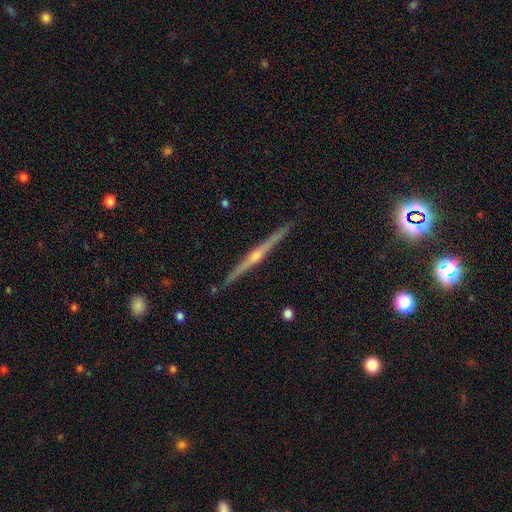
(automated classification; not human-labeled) smooth_or_featured: featured or disk (p=0.83) [alt: smooth p=0.10]
disk_edge_on: yes (p=0.98) [alt: no p=0.02]
edge_on_bulge: rounded (p=0.84) [alt: none p=0.11]
merging: none (p=0.92) [alt: minor disturbance p=0.06]